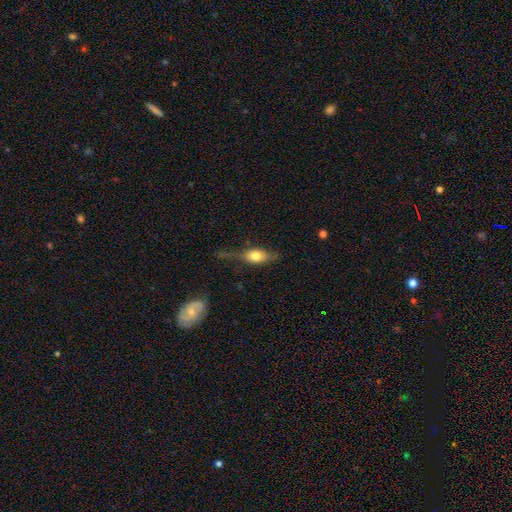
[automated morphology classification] smooth-or-featured: smooth: 62% | featured or disk: 31% | star or artifact: 8%
  how-rounded: in between: 72% | cigar-shaped: 19% | round: 9%
  merging: none: 46% | minor disturbance: 30% | major disturbance: 20% | merger: 4%